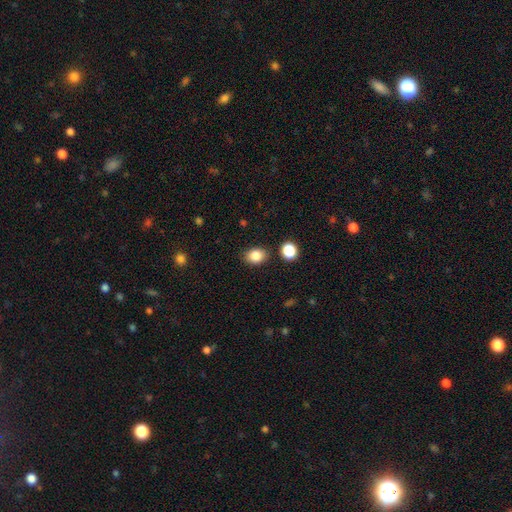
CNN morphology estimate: smooth-or-featured: smooth: 85% | star or artifact: 10% | featured or disk: 5%
  how-rounded: in between: 60% | round: 39% | cigar-shaped: 1%
  merging: none: 84% | minor disturbance: 10% | merger: 4% | major disturbance: 3%